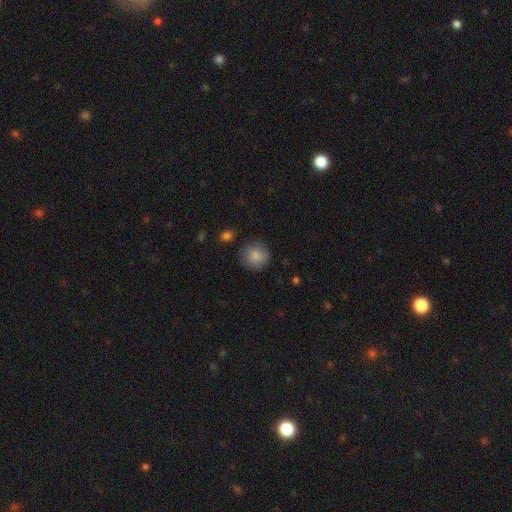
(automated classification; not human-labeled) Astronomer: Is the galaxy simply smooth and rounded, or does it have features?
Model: smooth — 85%.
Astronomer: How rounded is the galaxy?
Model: round — 91%.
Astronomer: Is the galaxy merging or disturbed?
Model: none — 83%.